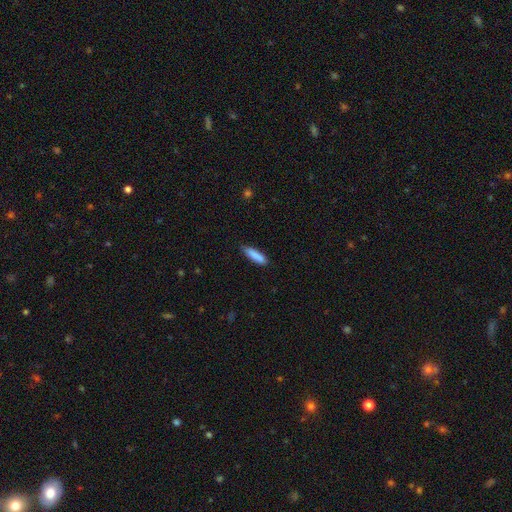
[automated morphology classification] Smooth or featured?
  - smooth: 88% *
  - star or artifact: 6%
  - featured or disk: 6%
How rounded?
  - cigar-shaped: 73% *
  - in between: 26%
  - round: 1%
Merging?
  - none: 86% *
  - minor disturbance: 11%
  - major disturbance: 2%
  - merger: 1%